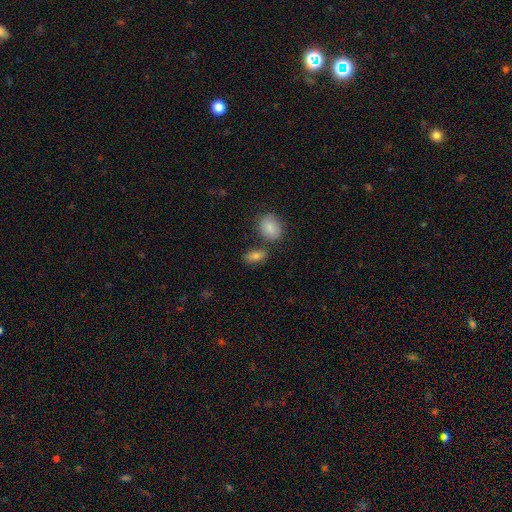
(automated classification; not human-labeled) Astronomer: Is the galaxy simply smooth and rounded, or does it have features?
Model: smooth — 80%.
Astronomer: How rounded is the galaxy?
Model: in between — 85%.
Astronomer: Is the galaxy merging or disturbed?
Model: none — 66%.